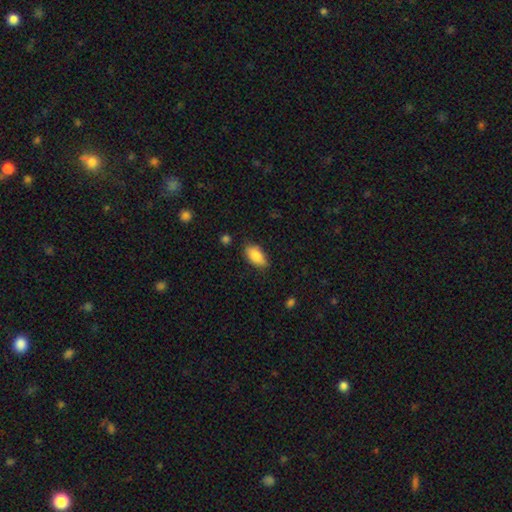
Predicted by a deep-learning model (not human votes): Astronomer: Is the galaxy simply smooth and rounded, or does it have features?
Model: smooth — 85%.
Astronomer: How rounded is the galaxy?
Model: in between — 91%.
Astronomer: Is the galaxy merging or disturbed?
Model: none — 81%.